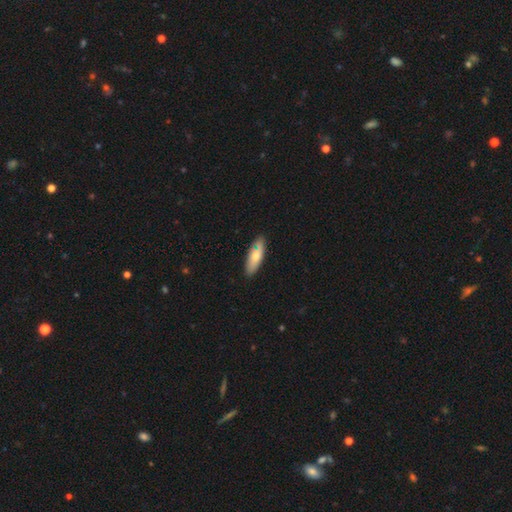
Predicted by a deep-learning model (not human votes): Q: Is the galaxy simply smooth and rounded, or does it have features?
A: smooth — 65%.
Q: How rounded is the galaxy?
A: in between — 62%.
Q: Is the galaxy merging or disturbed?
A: none — 83%.